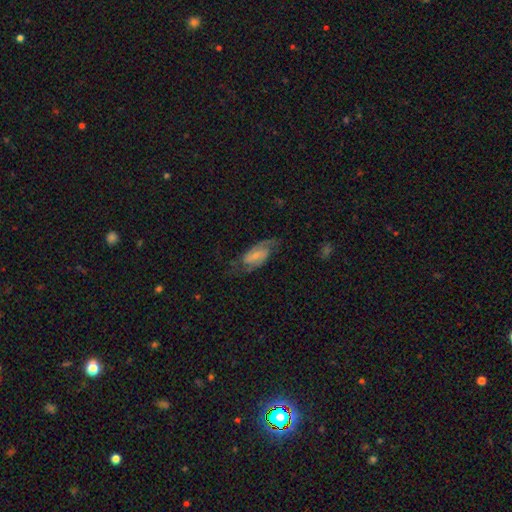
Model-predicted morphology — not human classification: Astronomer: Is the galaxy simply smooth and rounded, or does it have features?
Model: featured or disk — 70%.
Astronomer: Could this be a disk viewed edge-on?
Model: no — 95%.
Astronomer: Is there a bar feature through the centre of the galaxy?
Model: weak — 45% (runner-up: no, 27%).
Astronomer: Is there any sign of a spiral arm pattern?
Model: yes — 91%.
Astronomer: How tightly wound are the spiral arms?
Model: medium — 46% (runner-up: loose, 37%).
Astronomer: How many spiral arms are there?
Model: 2 — 87%.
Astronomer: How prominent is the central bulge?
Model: small — 50%.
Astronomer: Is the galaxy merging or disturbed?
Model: none — 63%.